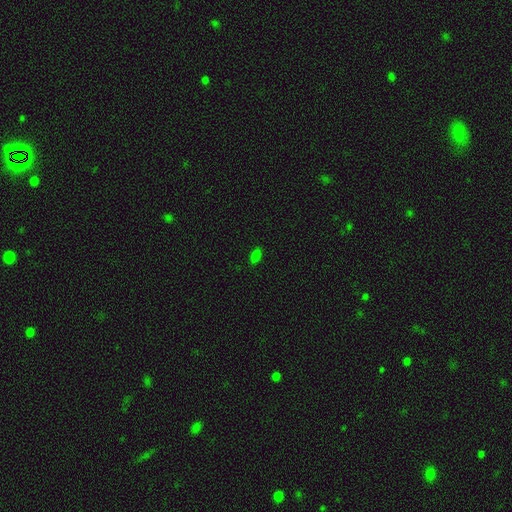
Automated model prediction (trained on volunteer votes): Q: Smooth or featured?
A: smooth (77%); runner-up: star or artifact (18%)
Q: How rounded?
A: in between (88%); runner-up: cigar-shaped (6%)
Q: Merging?
A: none (87%); runner-up: minor disturbance (9%)